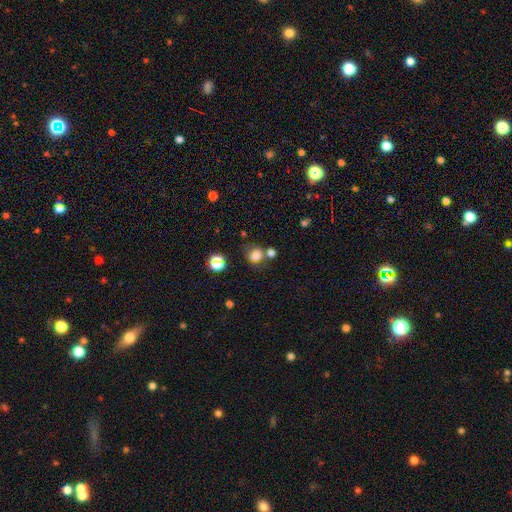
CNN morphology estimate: Smooth or featured? Predicted: smooth (p=0.73). How rounded? Predicted: round (p=0.74). Merging? Predicted: none (p=0.56).